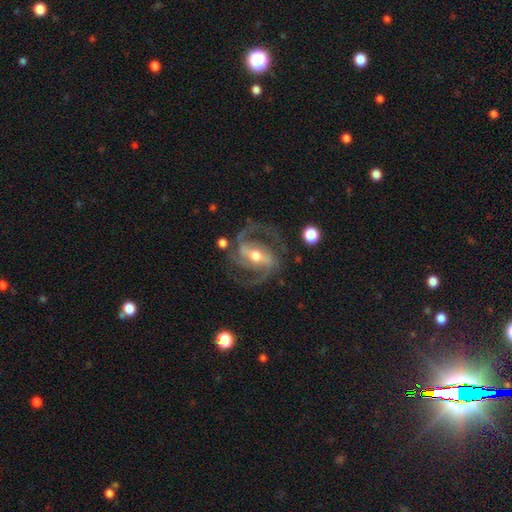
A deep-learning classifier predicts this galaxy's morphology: This appears to be a featured or disk galaxy (92%) with a strong bar (52%), 2 (76%) medium (62%) spiral arms (98%) and a moderate central bulge (68%). Merging: none (73%).